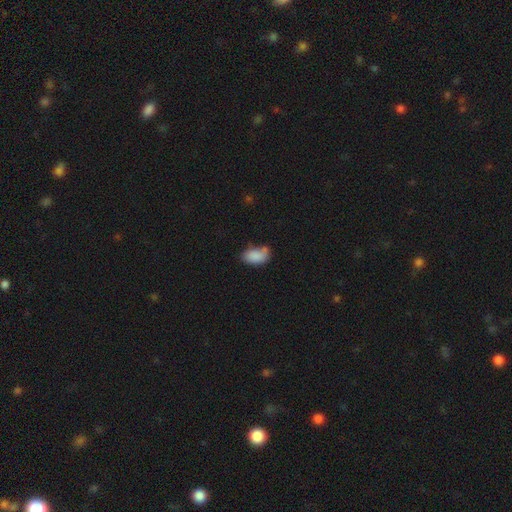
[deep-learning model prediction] Smooth or featured: smooth — 86% (star or artifact — 8%)
How rounded: in between — 92% (round — 6%)
Merging: none — 58% (minor disturbance — 25%)